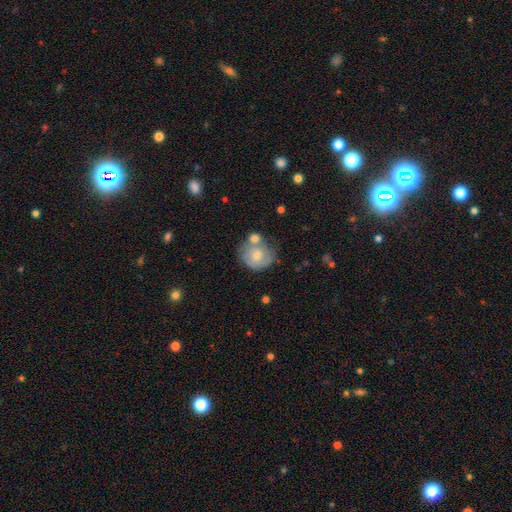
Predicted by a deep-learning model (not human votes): Overall: smooth (50%; featured or disk 41%). How rounded: round (75%). Merging: none (55%; merger 21%).